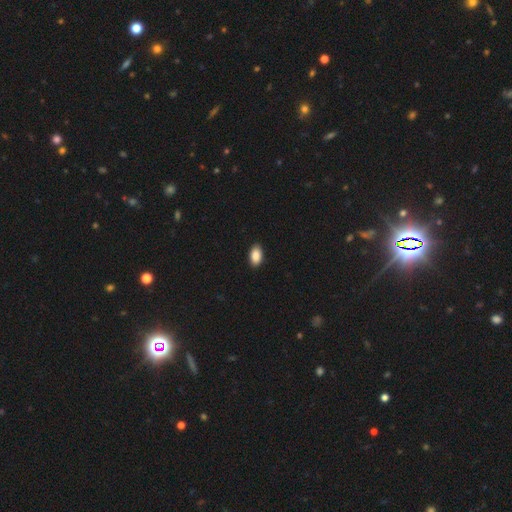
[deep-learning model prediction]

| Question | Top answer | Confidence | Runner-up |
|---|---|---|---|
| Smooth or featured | smooth | 89% | star or artifact (7%) |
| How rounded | in between | 94% | round (4%) |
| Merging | none | 90% | minor disturbance (8%) |